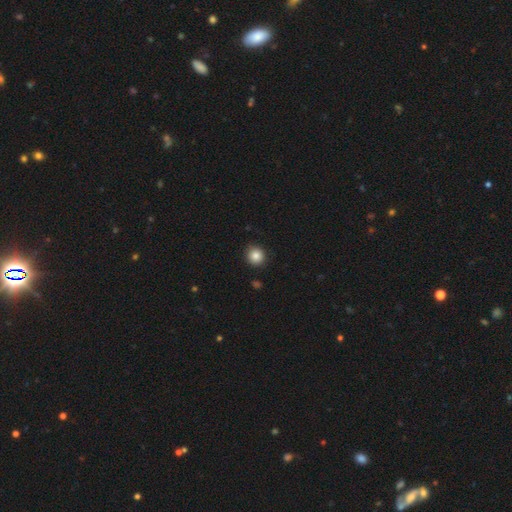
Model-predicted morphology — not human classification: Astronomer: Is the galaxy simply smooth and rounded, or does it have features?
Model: smooth — 85%.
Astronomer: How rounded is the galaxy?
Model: round — 91%.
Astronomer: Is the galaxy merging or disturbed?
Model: none — 90%.